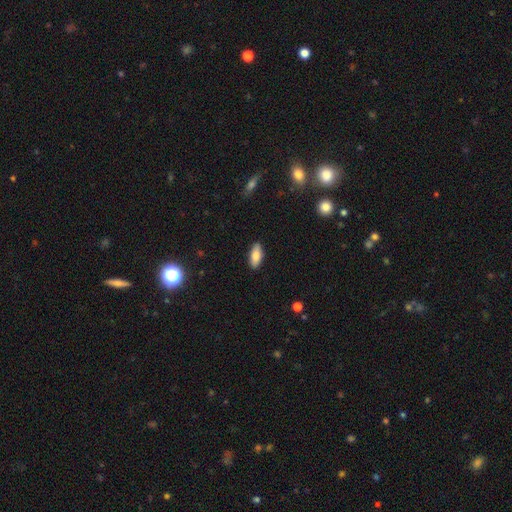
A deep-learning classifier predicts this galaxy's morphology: Smooth or featured: smooth — 79% (featured or disk — 14%)
How rounded: in between — 81% (cigar-shaped — 17%)
Merging: none — 87% (minor disturbance — 10%)